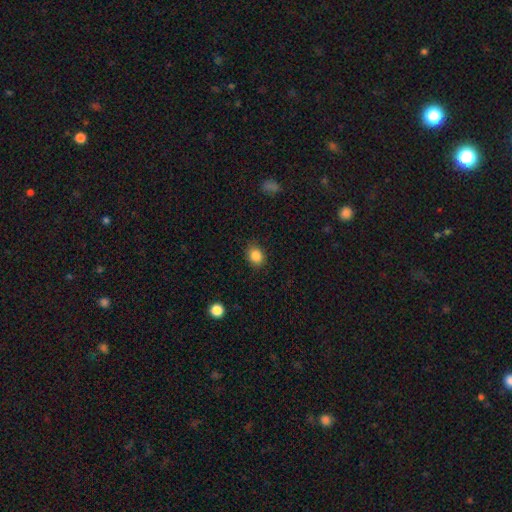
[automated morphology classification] smooth_or_featured: smooth (p=0.86) [alt: star or artifact p=0.10]
how_rounded: round (p=0.53) [alt: in between p=0.46]
merging: none (p=0.85) [alt: minor disturbance p=0.11]